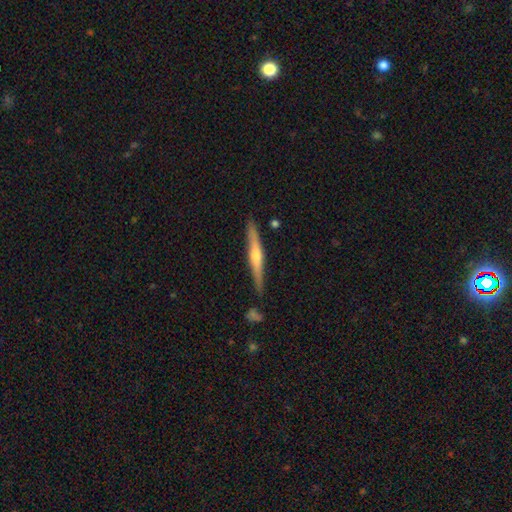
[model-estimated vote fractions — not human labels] Q: Smooth or featured?
A: featured or disk (70%); runner-up: smooth (24%)
Q: Edge-on disk?
A: yes (97%); runner-up: no (3%)
Q: Edge-on bulge?
A: rounded (85%); runner-up: none (10%)
Q: Merging?
A: none (86%); runner-up: minor disturbance (9%)